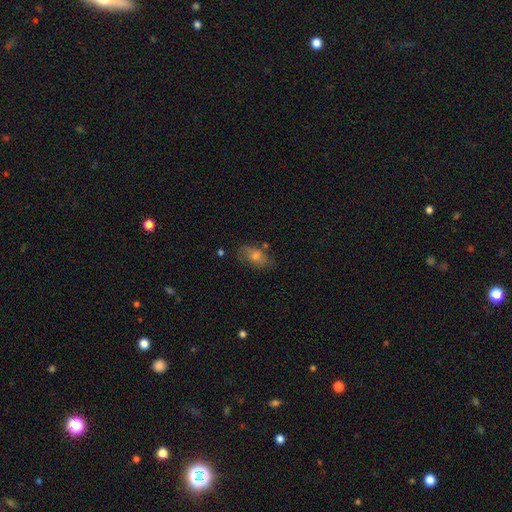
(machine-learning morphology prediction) smooth-or-featured: smooth: 61% | featured or disk: 24% | star or artifact: 15%
  how-rounded: in between: 82% | round: 14% | cigar-shaped: 4%
  merging: none: 72% | minor disturbance: 18% | major disturbance: 6% | merger: 4%